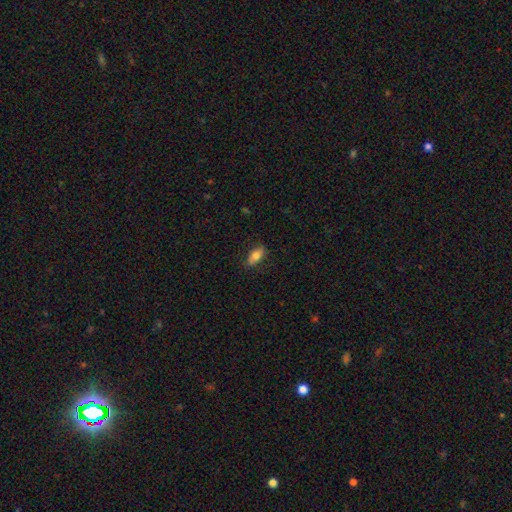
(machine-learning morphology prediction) The model was most divided on "smooth or featured": smooth: 76%, featured or disk: 17%, star or artifact: 7%. More confident: merging — none (82%); how rounded — in between (80%).